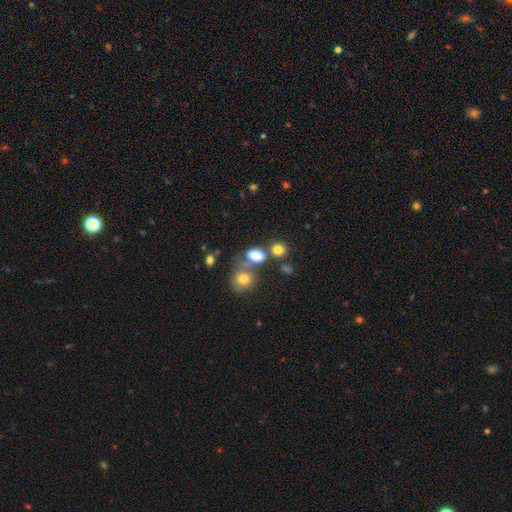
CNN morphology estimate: Smooth or featured? Predicted: smooth (p=0.78). How rounded? Predicted: in between (p=0.66). Merging? Predicted: none (p=0.42).